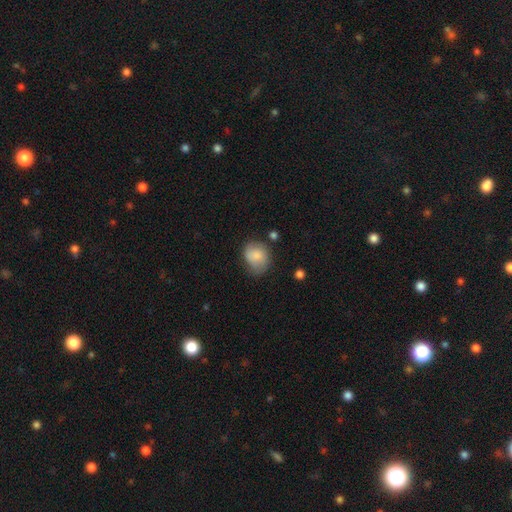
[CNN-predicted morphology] The model was most divided on "how rounded": round: 58%, in between: 41%, cigar-shaped: 1%. More confident: smooth or featured — smooth (78%); merging — none (54%).